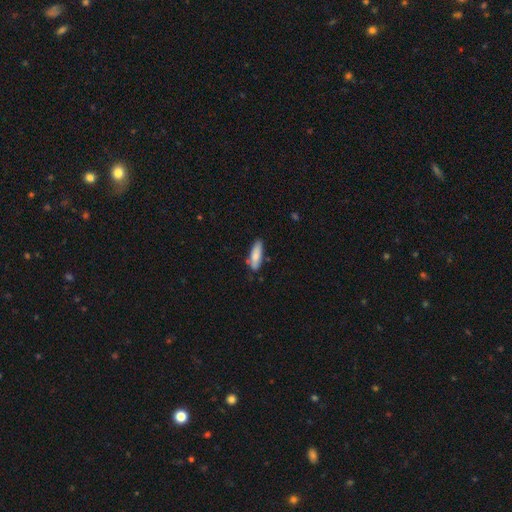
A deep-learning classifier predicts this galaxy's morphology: Smooth or featured? smooth (77%)
How rounded? in between (50%)
Merging? none (73%)